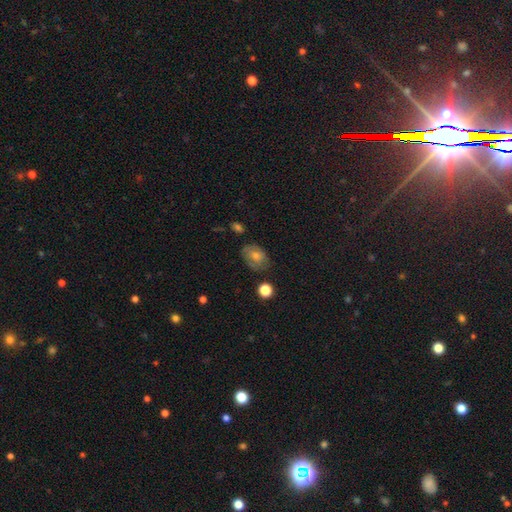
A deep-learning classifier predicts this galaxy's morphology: Overall: smooth (51%; featured or disk 32%). How rounded: in between (71%). Merging: none (73%).